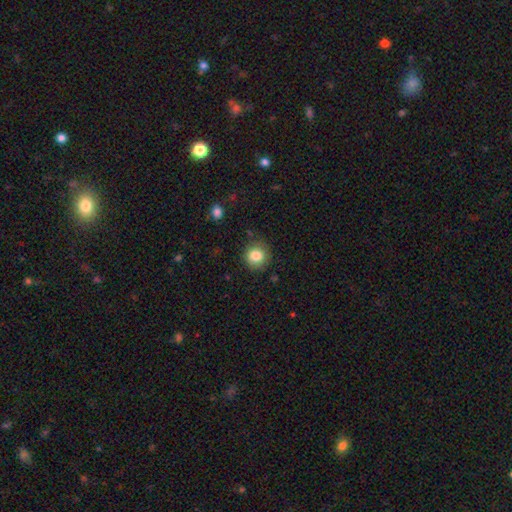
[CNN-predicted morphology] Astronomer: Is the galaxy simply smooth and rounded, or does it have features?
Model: smooth — 84%.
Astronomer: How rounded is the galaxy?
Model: round — 89%.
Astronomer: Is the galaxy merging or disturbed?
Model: none — 83%.